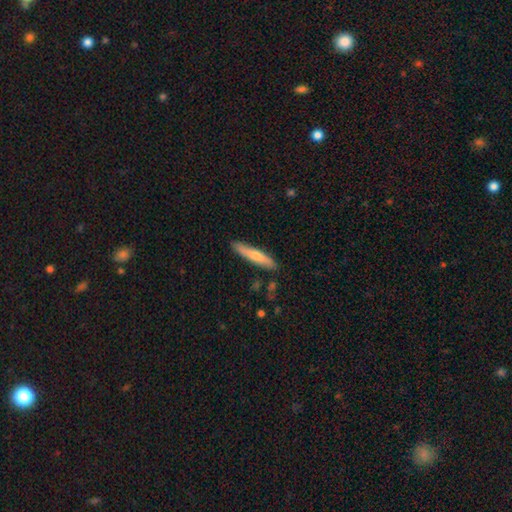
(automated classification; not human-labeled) Q: Smooth or featured?
A: smooth (54%); runner-up: featured or disk (41%)
Q: How rounded?
A: cigar-shaped (92%); runner-up: in between (6%)
Q: Merging?
A: none (88%); runner-up: minor disturbance (9%)